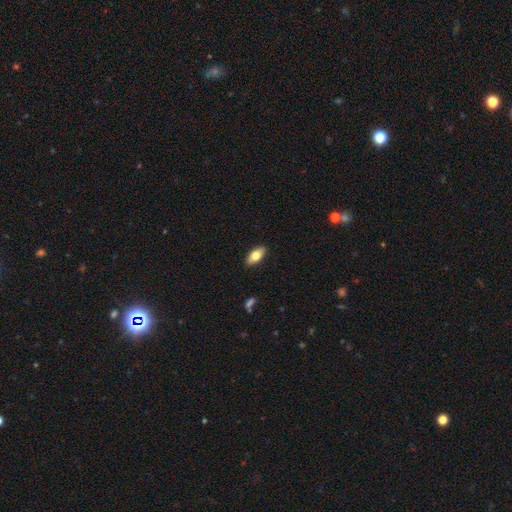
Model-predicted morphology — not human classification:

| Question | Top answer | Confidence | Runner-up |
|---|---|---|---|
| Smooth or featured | smooth | 71% | featured or disk (22%) |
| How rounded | in between | 84% | cigar-shaped (12%) |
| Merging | none | 89% | minor disturbance (8%) |